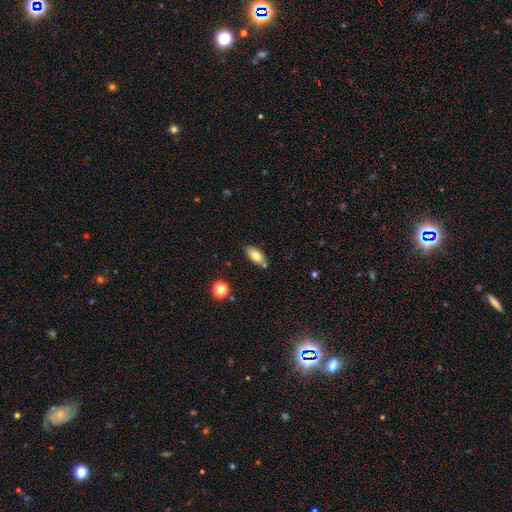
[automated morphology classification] type=smooth (79%); roundness=in between (89%); merging=none (76%).